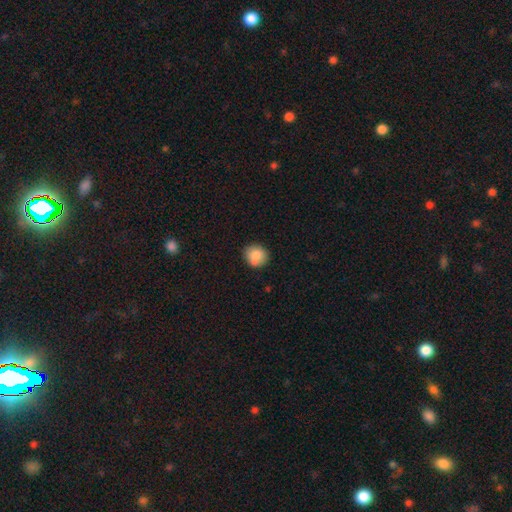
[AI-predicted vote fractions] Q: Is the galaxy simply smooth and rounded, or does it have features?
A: smooth — 83%.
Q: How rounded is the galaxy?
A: round — 84%.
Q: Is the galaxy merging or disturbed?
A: none — 73%.